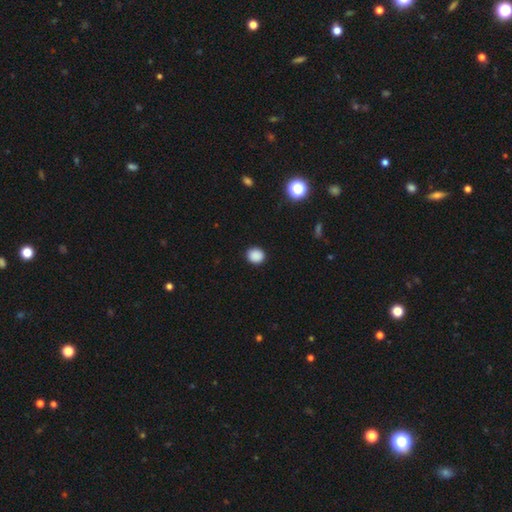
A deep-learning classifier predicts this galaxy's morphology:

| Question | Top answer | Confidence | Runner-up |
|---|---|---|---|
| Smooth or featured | smooth | 88% | star or artifact (10%) |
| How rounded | round | 81% | in between (18%) |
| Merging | none | 92% | minor disturbance (6%) |